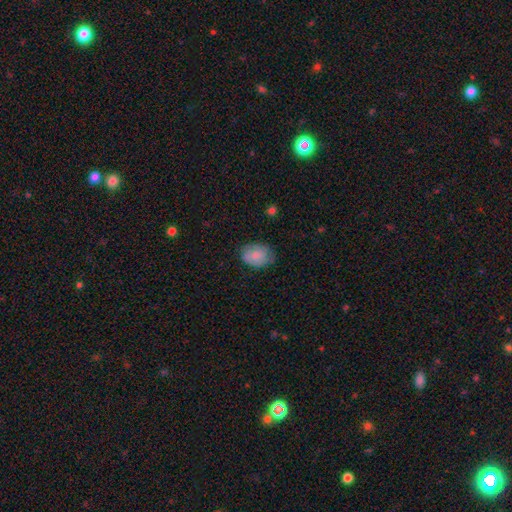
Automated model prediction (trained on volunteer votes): Smooth or featured? smooth (78%)
How rounded? in between (73%)
Merging? none (68%)